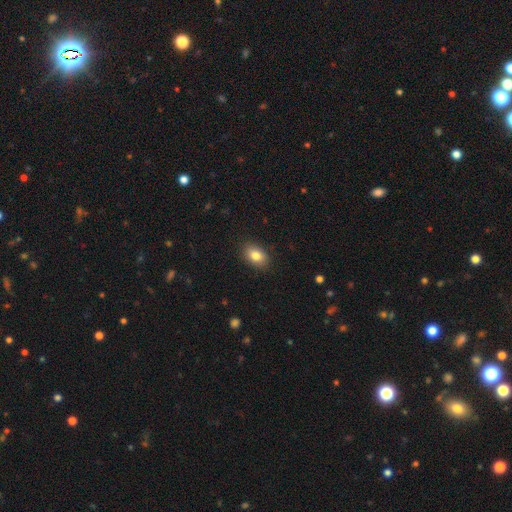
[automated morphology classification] smooth_or_featured: smooth (p=0.83) [alt: featured or disk p=0.09]
how_rounded: in between (p=0.83) [alt: round p=0.15]
merging: none (p=0.88) [alt: minor disturbance p=0.08]